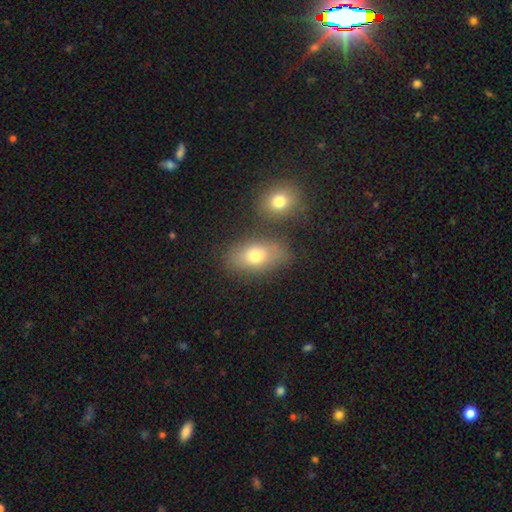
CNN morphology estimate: This is likely a smooth galaxy (72%). How rounded: clearly in between (80%). Merging: likely none (65%).